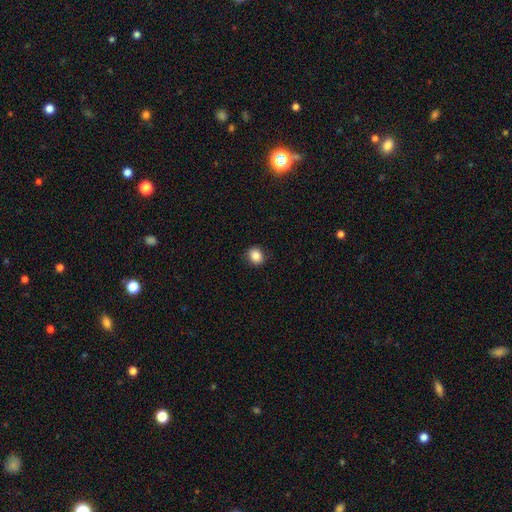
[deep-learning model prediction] smooth_or_featured: smooth (p=0.86) [alt: star or artifact p=0.09]
how_rounded: round (p=0.66) [alt: in between p=0.33]
merging: none (p=0.89) [alt: minor disturbance p=0.08]